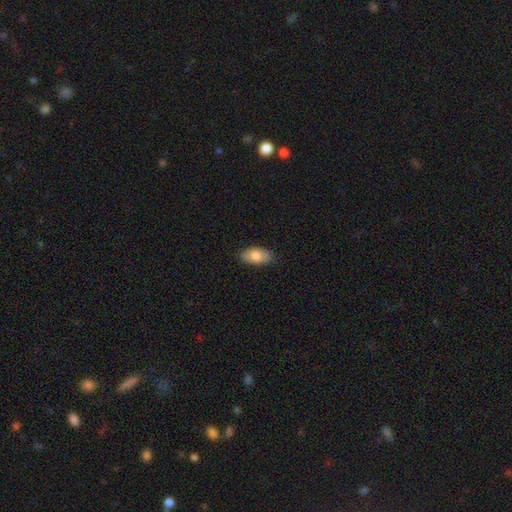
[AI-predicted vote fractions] Smooth or featured?
  - smooth: 78% *
  - featured or disk: 16%
  - star or artifact: 6%
How rounded?
  - in between: 92% *
  - round: 4%
  - cigar-shaped: 4%
Merging?
  - none: 84% *
  - minor disturbance: 13%
  - major disturbance: 2%
  - merger: 1%